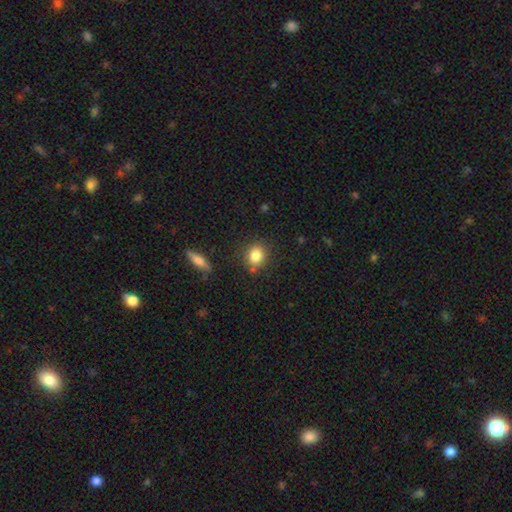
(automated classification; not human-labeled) Smooth or featured: smooth — 83% (star or artifact — 10%)
How rounded: round — 73% (in between — 25%)
Merging: none — 80% (minor disturbance — 11%)